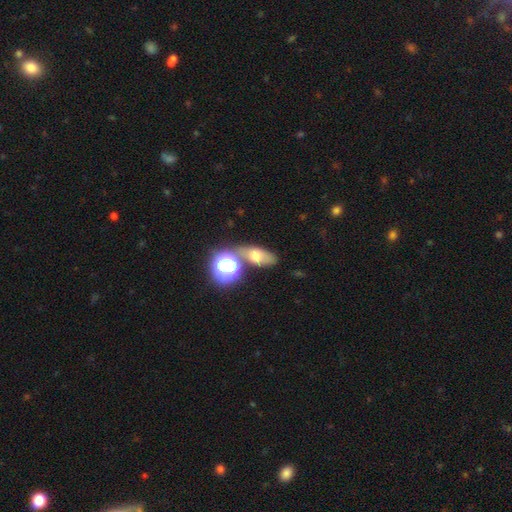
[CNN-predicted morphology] Overall: smooth (55%; featured or disk 25%). How rounded: in between (71%). Merging: none (56%; merger 22%).